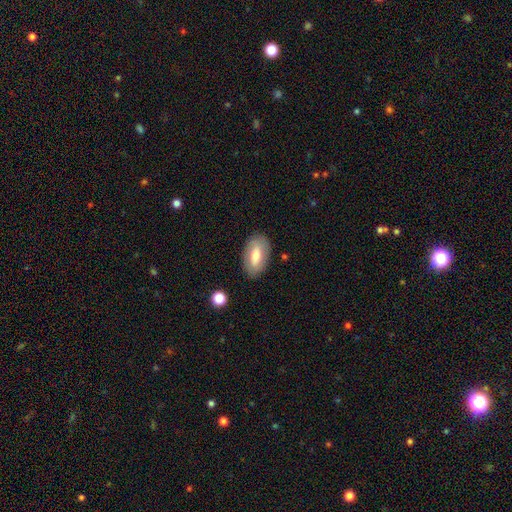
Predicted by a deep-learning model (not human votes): The model was most divided on "smooth or featured": smooth: 59%, featured or disk: 34%, star or artifact: 7%. More confident: how rounded — in between (92%); merging — none (84%).